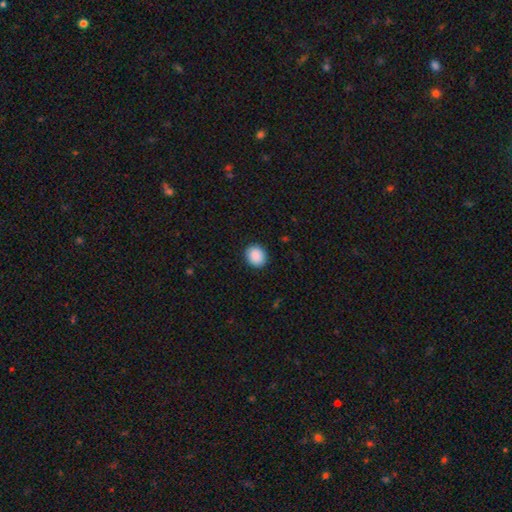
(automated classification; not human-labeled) smooth-or-featured: smooth: 90% | star or artifact: 8% | featured or disk: 3%
  how-rounded: round: 67% | in between: 32% | cigar-shaped: 1%
  merging: none: 90% | minor disturbance: 7% | major disturbance: 2% | merger: 1%